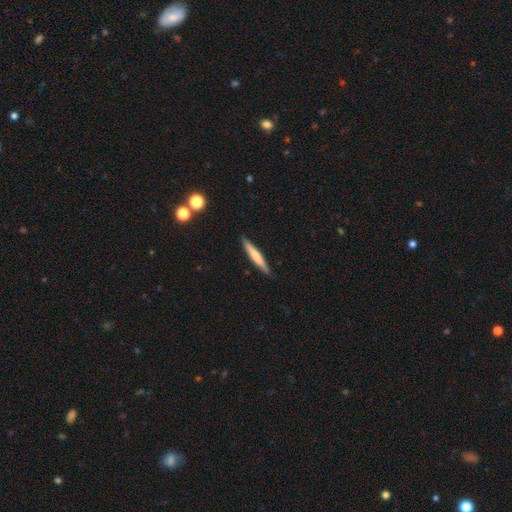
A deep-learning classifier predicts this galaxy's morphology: Smooth or featured: smooth — 65% (featured or disk — 30%)
How rounded: cigar-shaped — 94% (in between — 5%)
Merging: none — 90% (minor disturbance — 8%)